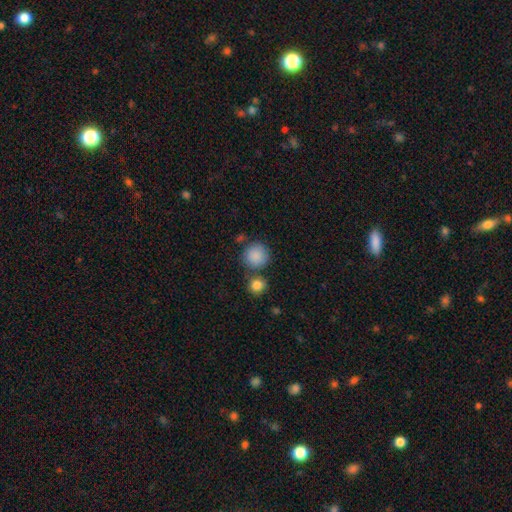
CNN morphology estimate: A smooth galaxy with no disk features (87%) that is round (93%). Merging: none (75%).